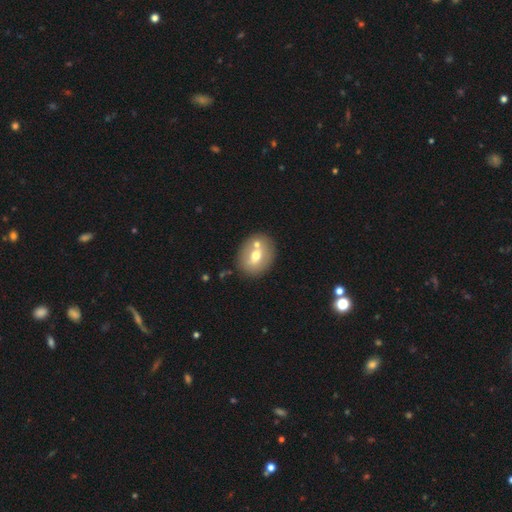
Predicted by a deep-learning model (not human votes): smooth-or-featured: smooth: 60% | featured or disk: 31% | star or artifact: 9%
  how-rounded: round: 54% | in between: 45% | cigar-shaped: 1%
  merging: none: 69% | merger: 17% | minor disturbance: 11% | major disturbance: 3%